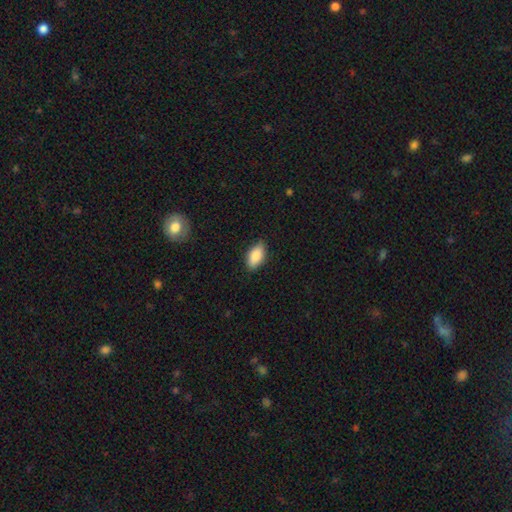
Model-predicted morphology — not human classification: Q: Smooth or featured?
A: smooth (85%); runner-up: featured or disk (8%)
Q: How rounded?
A: in between (92%); runner-up: cigar-shaped (4%)
Q: Merging?
A: none (84%); runner-up: minor disturbance (13%)